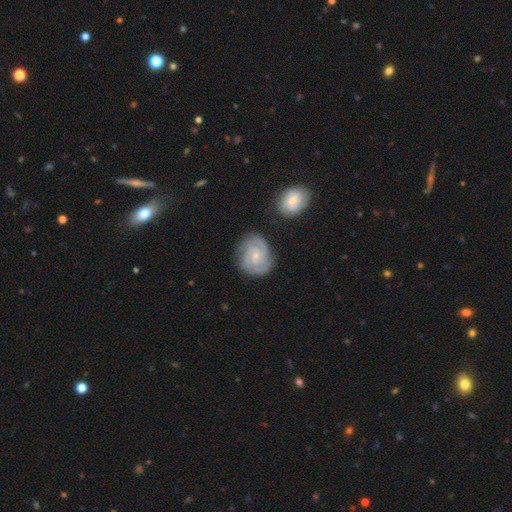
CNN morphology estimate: Overall: featured or disk (84%). Edge-on disk: no (98%). Bar: no (51%; weak 42%). Spiral arms: yes (98%). Spiral arm count: 2 (45%; 3 29%). Spiral winding: tight (69%). Bulge size: small (67%). Merging: none (77%).